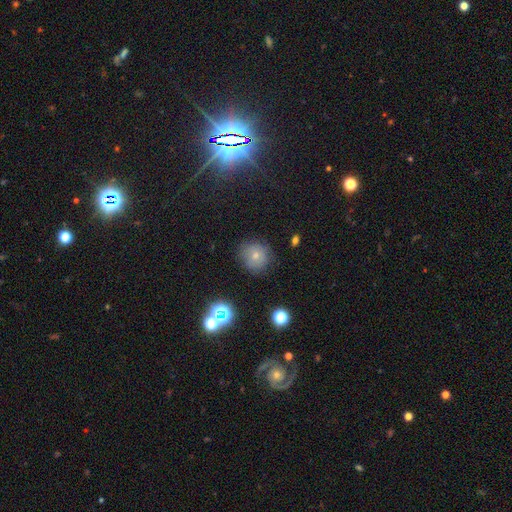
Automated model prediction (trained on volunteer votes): smooth_or_featured: smooth (p=0.67) [alt: featured or disk p=0.17]
how_rounded: round (p=0.89) [alt: in between p=0.10]
merging: none (p=0.76) [alt: minor disturbance p=0.17]